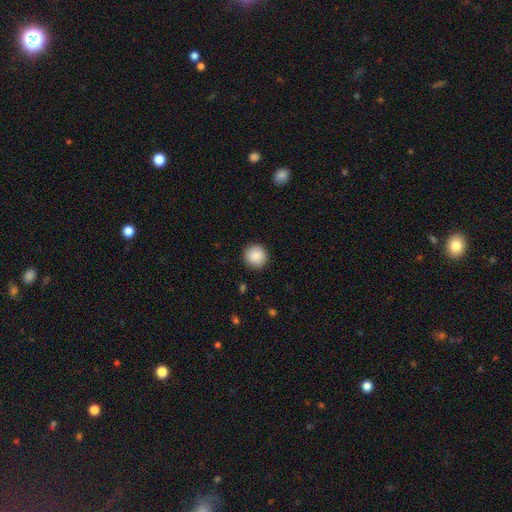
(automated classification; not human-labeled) This appears to be a smooth galaxy with no disk features (89%) that is round (94%). Merging: none (91%).